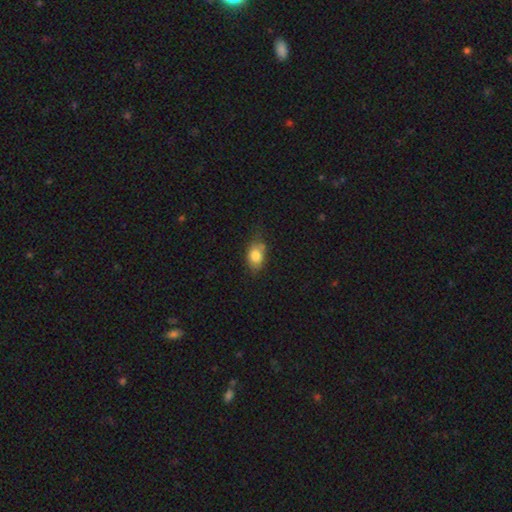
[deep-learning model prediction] Smooth or featured? smooth (80%)
How rounded? in between (77%)
Merging? none (59%)